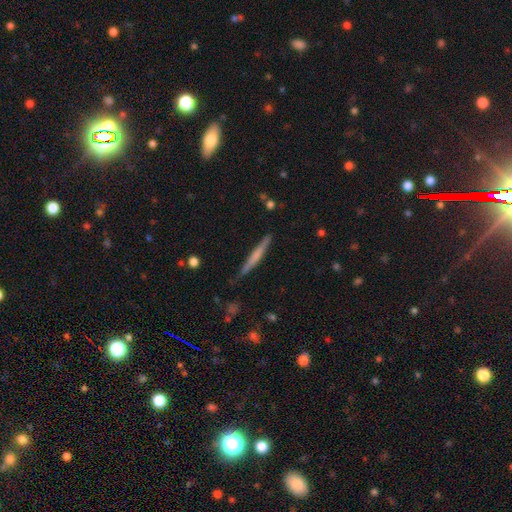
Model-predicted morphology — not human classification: type=smooth (51%); roundness=cigar-shaped (96%); merging=none (83%).